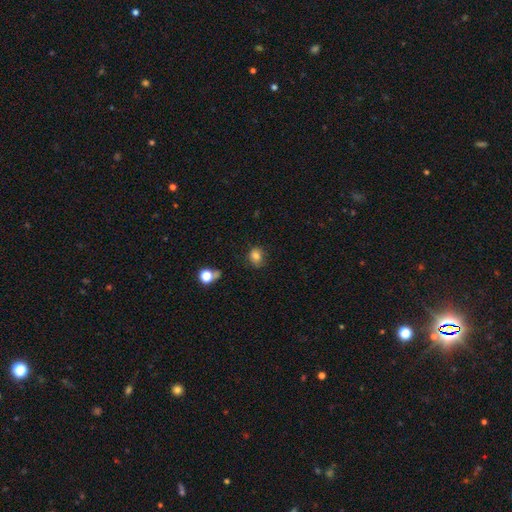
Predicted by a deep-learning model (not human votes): Smooth or featured? smooth (81%)
How rounded? round (64%)
Merging? none (66%)